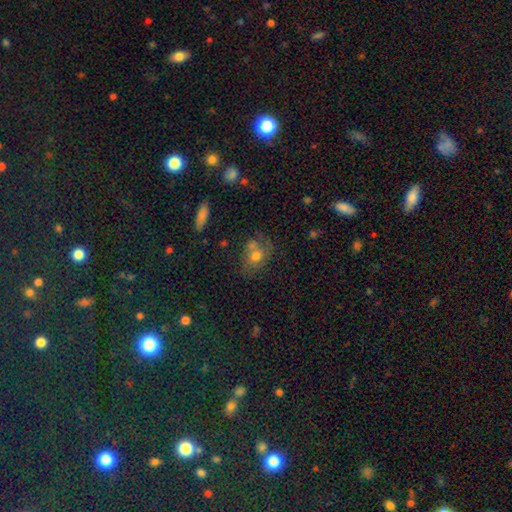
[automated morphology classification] Smooth or featured? Predicted: smooth (p=0.57). How rounded? Predicted: in between (p=0.58). Merging? Predicted: none (p=0.44).